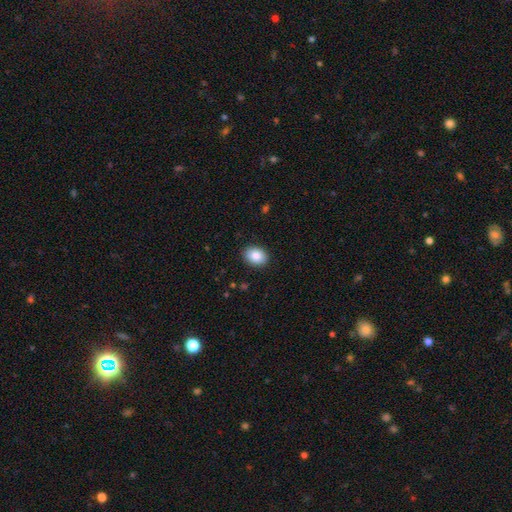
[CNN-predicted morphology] type=smooth (85%); roundness=in between (62%); merging=none (90%).